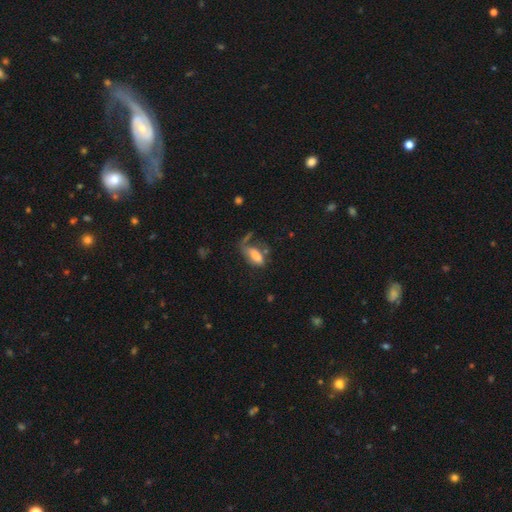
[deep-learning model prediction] Morphology: type=smooth (74%); roundness=in between (78%); merging=none (40%).